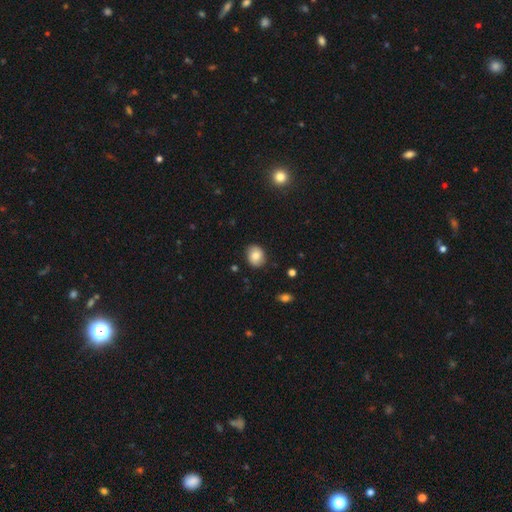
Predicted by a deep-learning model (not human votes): This appears to be a smooth galaxy with no disk features (79%) that is round (58%). Merging: none (85%).